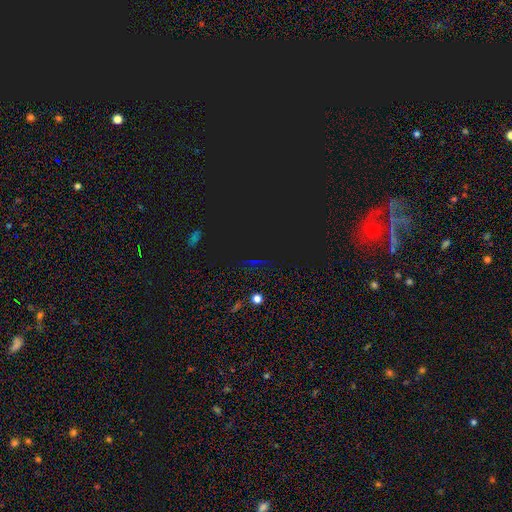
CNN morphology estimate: Smooth or featured? Predicted: star or artifact (p=0.81).